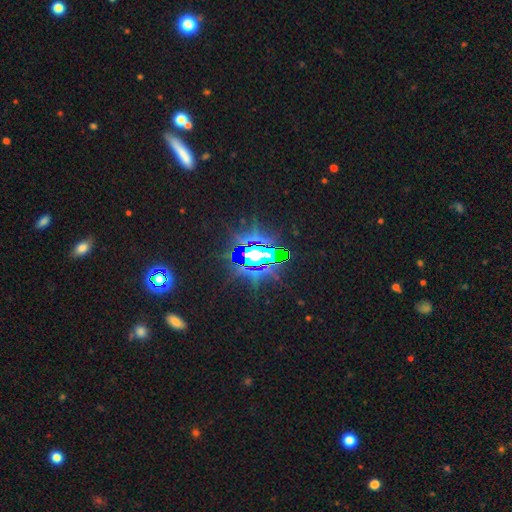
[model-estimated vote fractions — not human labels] smooth_or_featured: star or artifact (p=0.78) [alt: featured or disk p=0.12]